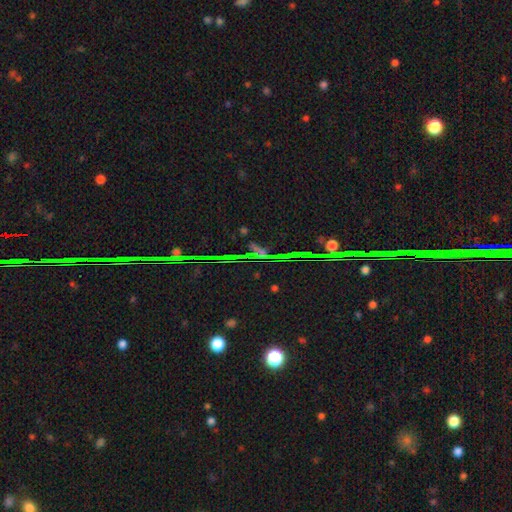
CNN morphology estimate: smooth-or-featured: star or artifact: 73% | featured or disk: 15% | smooth: 12%